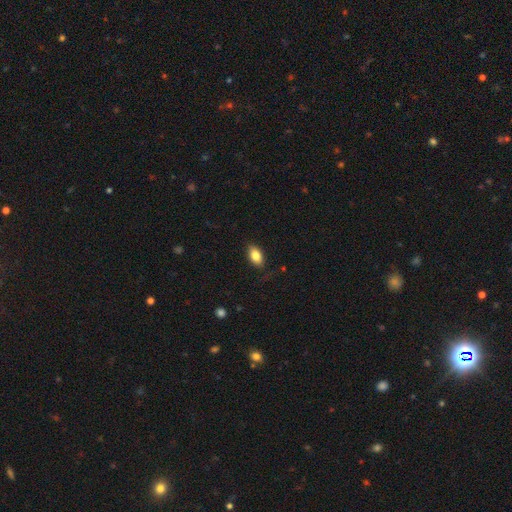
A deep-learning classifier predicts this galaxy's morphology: Smooth or featured: smooth — 83% (featured or disk — 9%)
How rounded: in between — 91% (round — 6%)
Merging: none — 82% (minor disturbance — 13%)